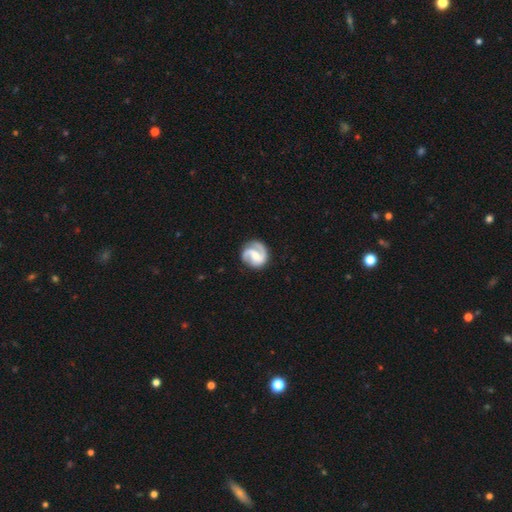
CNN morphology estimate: featured or disk 85%, smooth 10%, star or artifact 4%. Down the decision tree: edge-on disk — no (98%); bar — weak (45%); spiral arms — yes (97%); spiral arm count — 2 (80%); spiral winding — medium (48%); bulge size — moderate (47%); merging — none (77%).